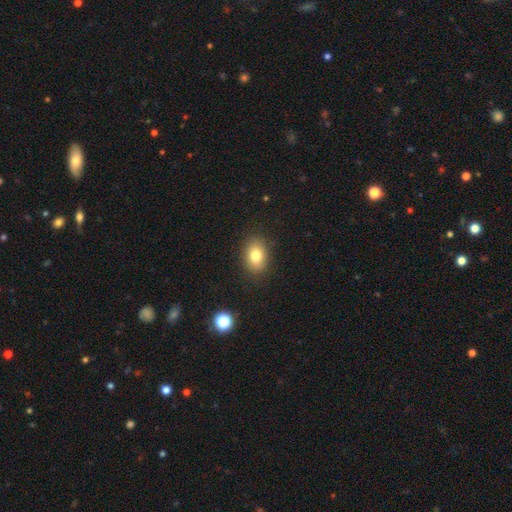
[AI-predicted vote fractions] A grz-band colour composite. It shows a smooth galaxy with no disk features (80%) that is in between round and cigar-shaped (77%). Merging: none (87%).